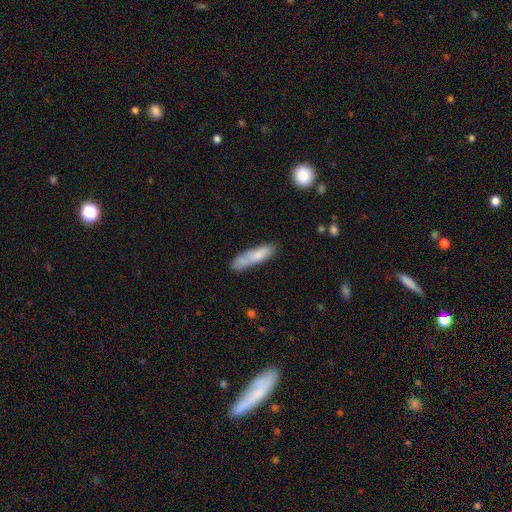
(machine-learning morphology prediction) Smooth or featured? Predicted: smooth (p=0.74). How rounded? Predicted: cigar-shaped (p=0.77). Merging? Predicted: none (p=0.61).